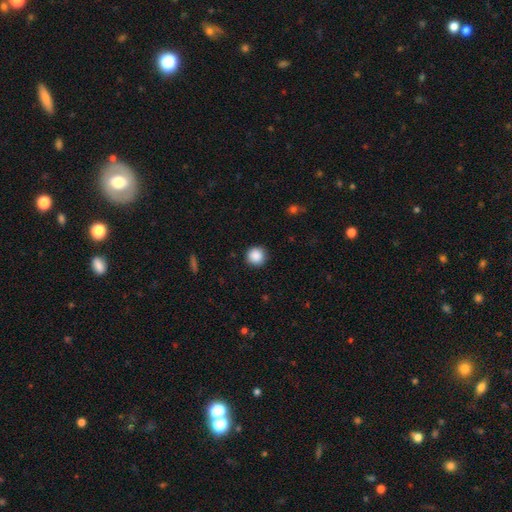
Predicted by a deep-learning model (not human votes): Smooth or featured?
  - smooth: 88% *
  - star or artifact: 9%
  - featured or disk: 3%
How rounded?
  - round: 95% *
  - in between: 4%
  - cigar-shaped: 1%
Merging?
  - none: 90% *
  - minor disturbance: 7%
  - major disturbance: 2%
  - merger: 1%